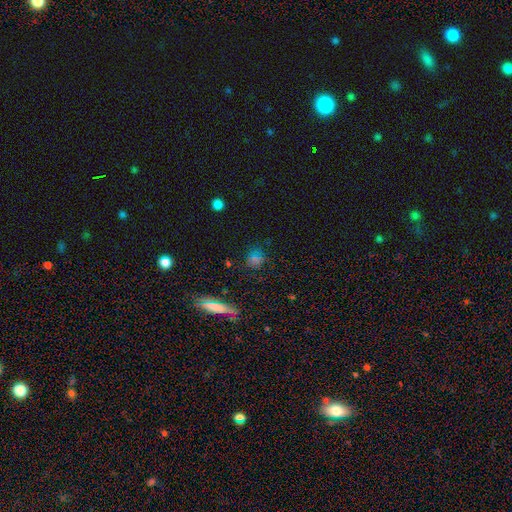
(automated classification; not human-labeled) smooth 59%, star or artifact 29%, featured or disk 12%. Down the decision tree: how rounded — round (66%); merging — none (79%).